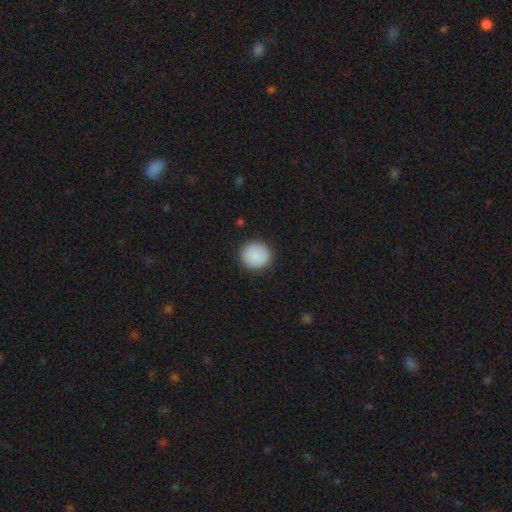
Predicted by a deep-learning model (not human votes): Morphology: type=smooth (88%); roundness=round (89%); merging=none (90%).